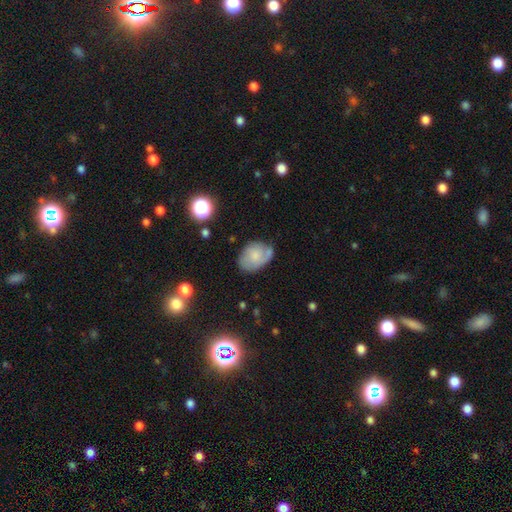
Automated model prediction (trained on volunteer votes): Q: Smooth or featured?
A: smooth (56%); runner-up: featured or disk (35%)
Q: How rounded?
A: in between (73%); runner-up: round (26%)
Q: Merging?
A: none (48%); runner-up: minor disturbance (32%)